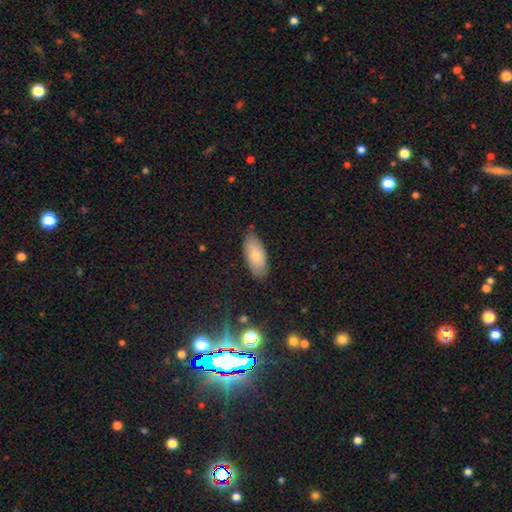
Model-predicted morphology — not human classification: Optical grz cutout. It shows a smooth galaxy with no disk features (75%) that is in between round and cigar-shaped (87%). Merging: none (82%).